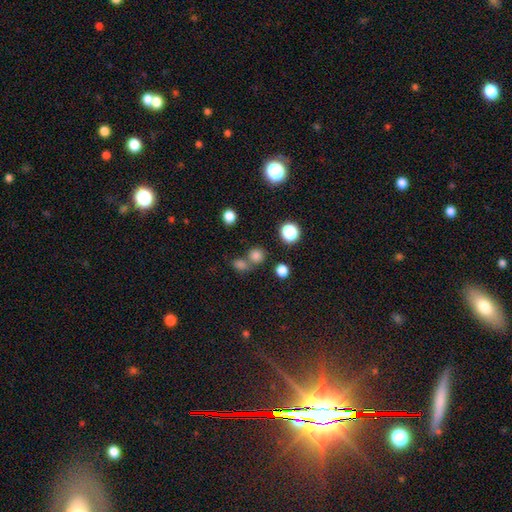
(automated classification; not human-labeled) This is likely a smooth galaxy (76%). How rounded: clearly round (83%). Merging: possibly none (56%).